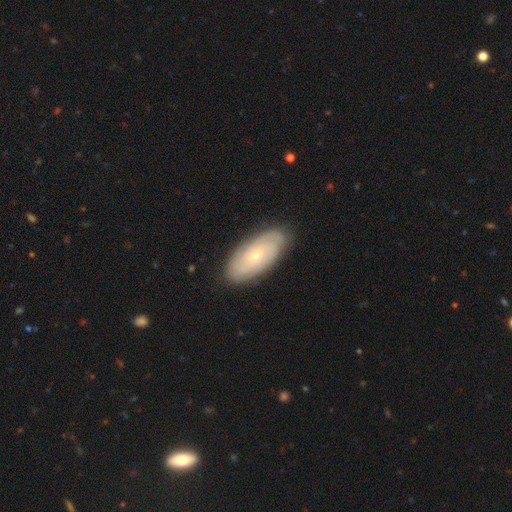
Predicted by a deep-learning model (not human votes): Smooth or featured: featured or disk — 58% (smooth — 35%)
Edge-on disk: no — 90% (yes — 10%)
Bar: no — 81% (weak — 16%)
Spiral arms: yes — 78% (no — 22%)
Bulge size: small — 76% (moderate — 20%)
Merging: none — 84% (minor disturbance — 12%)